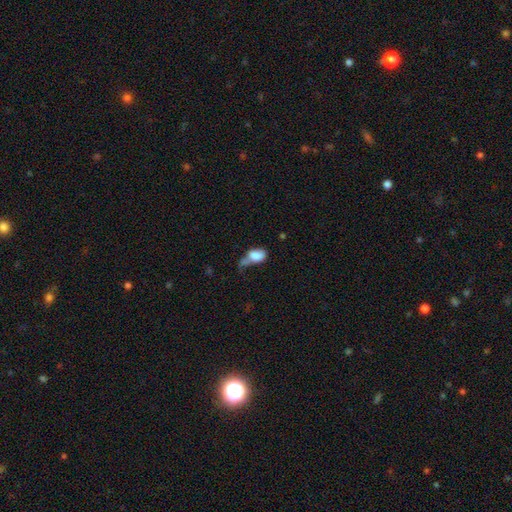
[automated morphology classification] Smooth or featured: smooth — 79% (featured or disk — 12%)
How rounded: in between — 86% (round — 12%)
Merging: major disturbance — 29% (minor disturbance — 27%)